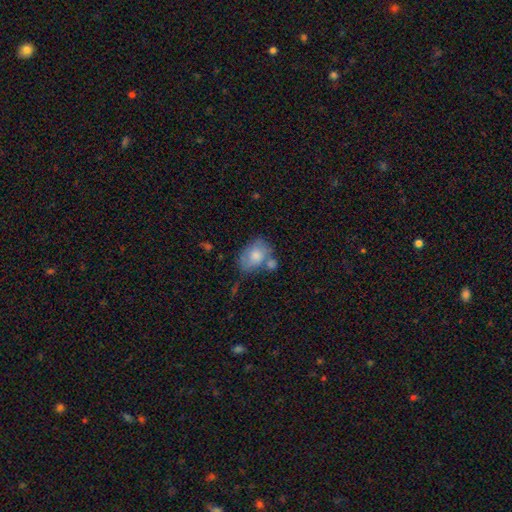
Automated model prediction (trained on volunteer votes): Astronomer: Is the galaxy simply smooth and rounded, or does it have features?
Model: smooth — 73%.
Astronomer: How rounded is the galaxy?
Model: in between — 77%.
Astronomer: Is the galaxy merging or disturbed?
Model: none — 44% (runner-up: merger, 24%).